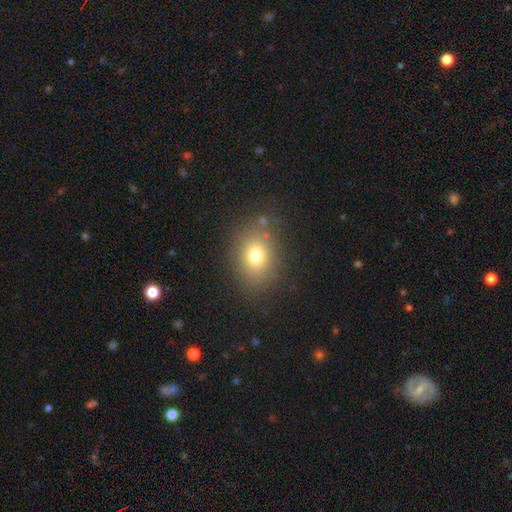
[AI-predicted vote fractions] Morphology: type=smooth (75%); roundness=in between (57%); merging=none (80%).